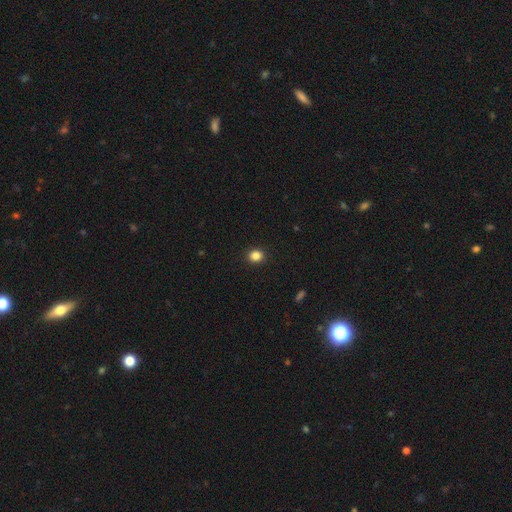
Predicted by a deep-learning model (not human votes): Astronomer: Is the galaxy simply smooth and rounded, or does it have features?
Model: smooth — 85%.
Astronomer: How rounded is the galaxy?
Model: round — 78%.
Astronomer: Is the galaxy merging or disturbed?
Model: none — 92%.